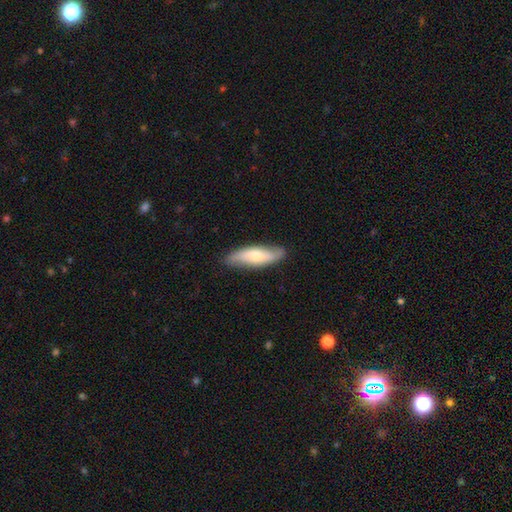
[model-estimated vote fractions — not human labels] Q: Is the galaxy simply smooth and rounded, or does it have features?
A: smooth — 51%.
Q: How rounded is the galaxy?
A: in between — 51%.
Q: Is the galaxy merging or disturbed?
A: none — 82%.